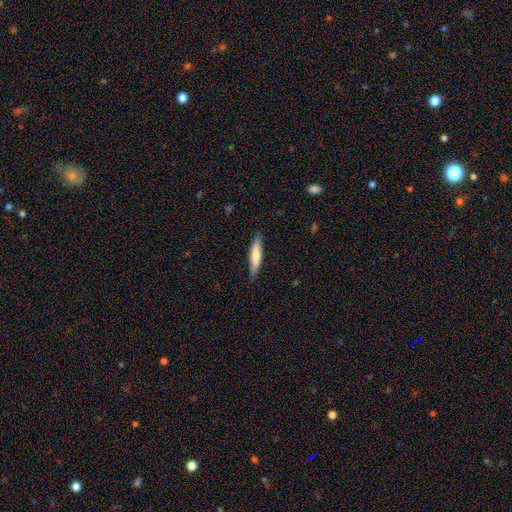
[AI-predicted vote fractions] This appears to be a smooth galaxy with no disk features (64%) that is cigar-shaped (85%). Merging: none (87%).